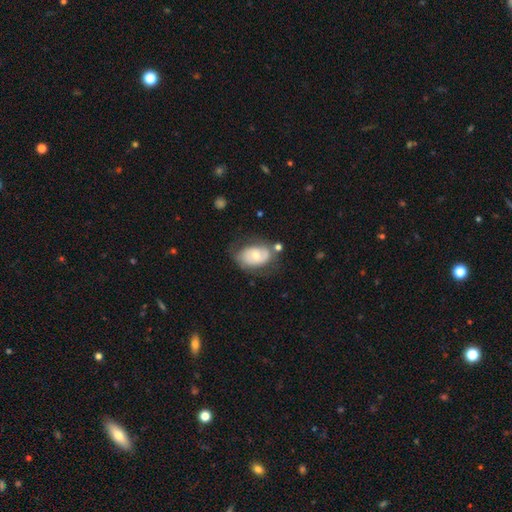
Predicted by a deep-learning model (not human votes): Smooth or featured?
  - featured or disk: 50% *
  - smooth: 44%
  - star or artifact: 7%
Merging?
  - none: 55% *
  - minor disturbance: 26%
  - major disturbance: 12%
  - merger: 6%